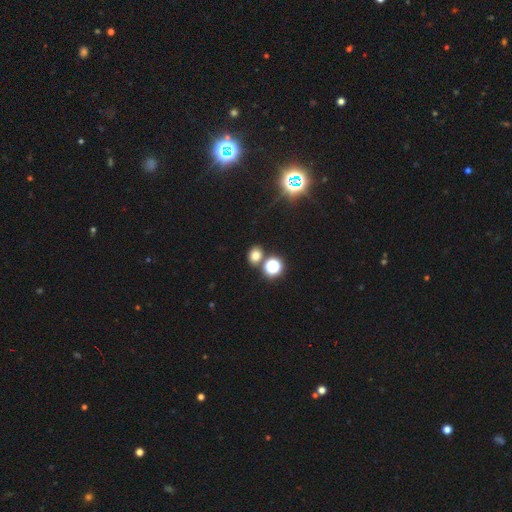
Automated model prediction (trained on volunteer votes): Morphology: type=smooth (70%); roundness=round (54%); merging=none (76%).